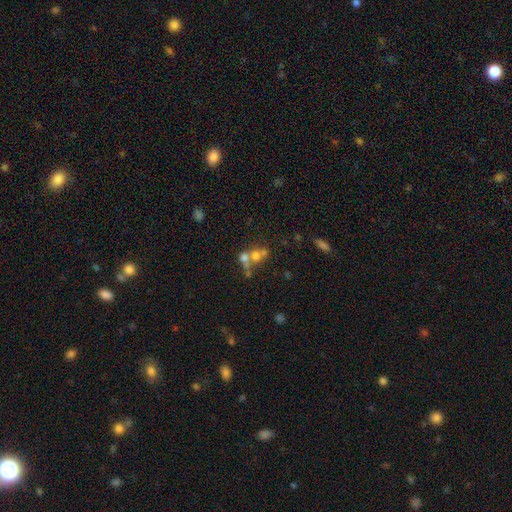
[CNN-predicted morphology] type=smooth (53%); roundness=round (72%); merging=merger (55%).